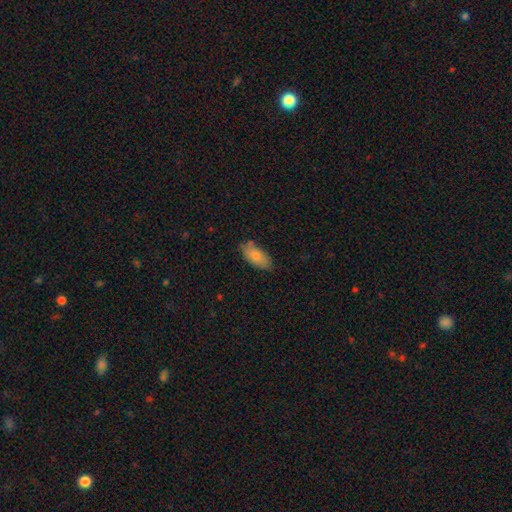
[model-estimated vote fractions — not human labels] smooth-or-featured: smooth: 79% | featured or disk: 15% | star or artifact: 6%
  how-rounded: in between: 91% | cigar-shaped: 7% | round: 2%
  merging: none: 71% | minor disturbance: 23% | major disturbance: 4% | merger: 2%